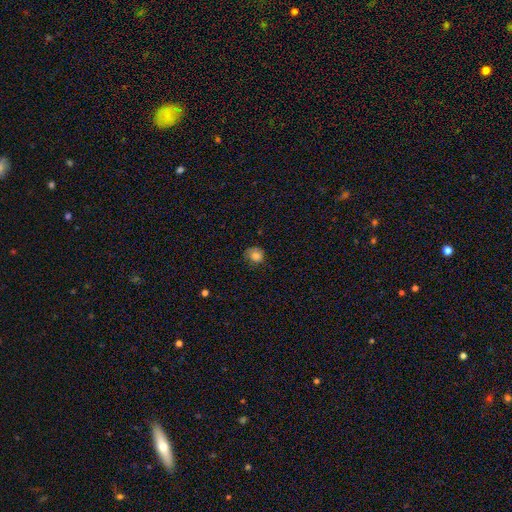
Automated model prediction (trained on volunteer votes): smooth-or-featured: smooth: 79% | star or artifact: 11% | featured or disk: 11%
  how-rounded: round: 74% | in between: 25% | cigar-shaped: 1%
  merging: none: 62% | minor disturbance: 27% | major disturbance: 10% | merger: 1%